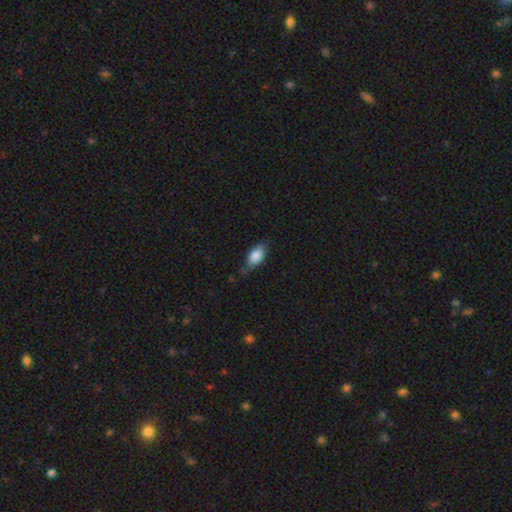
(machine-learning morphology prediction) The model was most divided on "merging": none: 67%, minor disturbance: 25%, major disturbance: 6%, merger: 2%. More confident: how rounded — in between (88%); smooth or featured — smooth (80%).